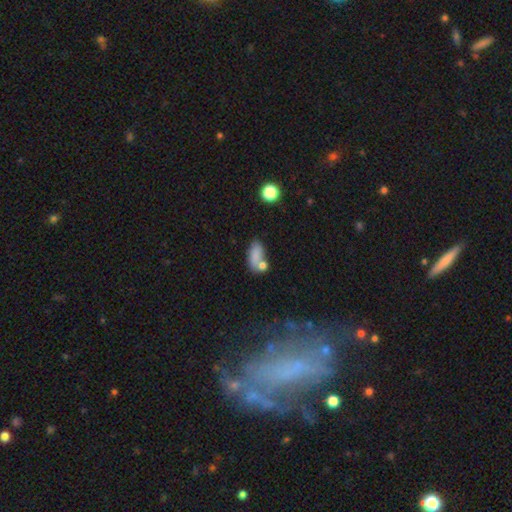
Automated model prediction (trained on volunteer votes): A smooth galaxy with no disk features (78%) that is in between round and cigar-shaped (88%).

Vote fractions:
- Smooth or featured? smooth: 78% / featured or disk: 11% / star or artifact: 10%
- How rounded? in between: 88% / round: 8% / cigar-shaped: 5%
- Merging? none: 43% / merger: 31% / minor disturbance: 17% / major disturbance: 8%